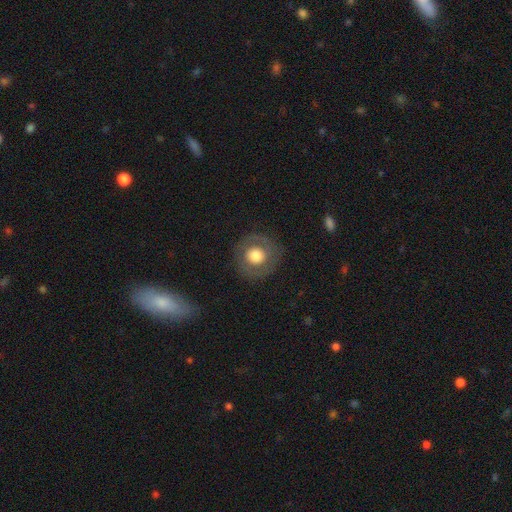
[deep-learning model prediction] Smooth or featured? smooth (59%)
How rounded? round (93%)
Merging? none (85%)